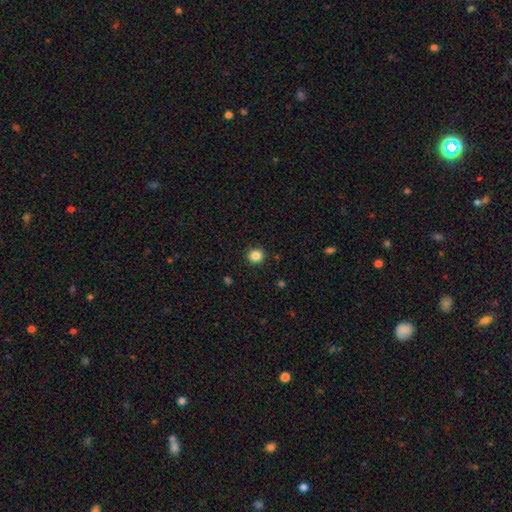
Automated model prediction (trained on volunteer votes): This is clearly a smooth galaxy (86%). How rounded: clearly round (87%). Merging: clearly none (91%).